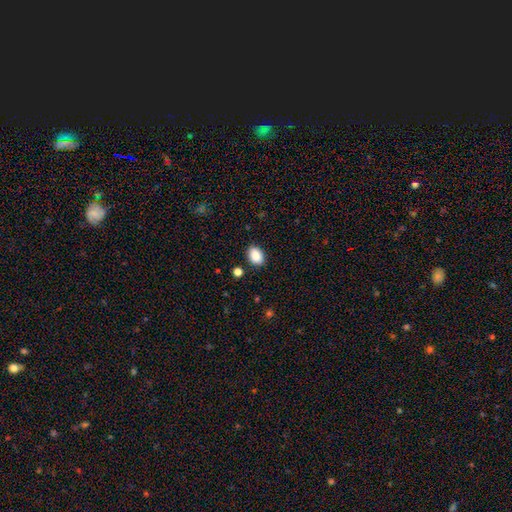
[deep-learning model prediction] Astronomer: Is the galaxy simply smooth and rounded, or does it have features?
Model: smooth — 88%.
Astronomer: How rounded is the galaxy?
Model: in between — 84%.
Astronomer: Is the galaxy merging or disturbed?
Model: none — 86%.